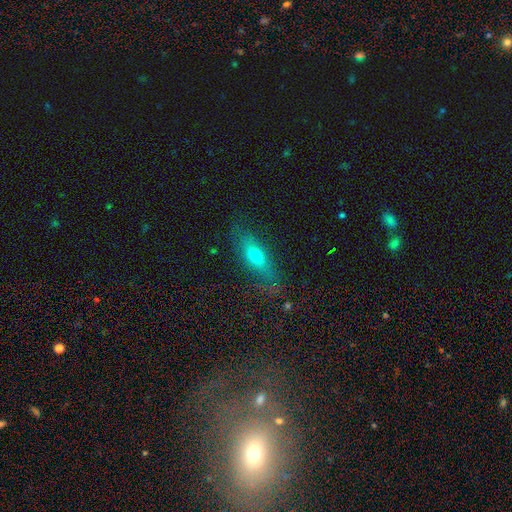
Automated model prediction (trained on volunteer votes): This appears to be a smooth galaxy with no disk features (60%) that is in between round and cigar-shaped (54%). Merging: none (76%).